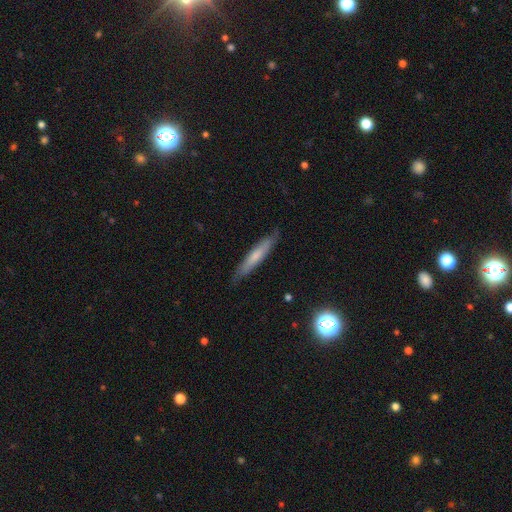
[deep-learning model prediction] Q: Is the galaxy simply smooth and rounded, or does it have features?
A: smooth — 59%.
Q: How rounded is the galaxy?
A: cigar-shaped — 91%.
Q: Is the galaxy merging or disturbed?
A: none — 85%.